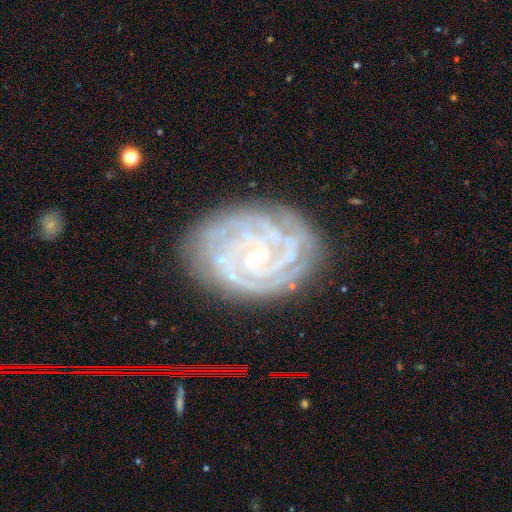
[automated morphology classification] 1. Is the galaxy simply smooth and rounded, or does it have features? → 87% featured or disk, 7% star or artifact, 6% smooth.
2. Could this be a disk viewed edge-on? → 97% no, 3% yes.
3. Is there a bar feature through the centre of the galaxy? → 64% no, 25% weak, 10% strong.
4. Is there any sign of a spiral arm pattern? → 98% yes, 2% no.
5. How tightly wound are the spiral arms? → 80% tight, 17% medium, 3% loose.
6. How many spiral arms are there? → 23% 4, 22% can't tell, 21% 3, 15% 2, 13% more than 4, 7% 1.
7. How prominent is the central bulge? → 83% small, 12% moderate, 2% none, 1% large, 1% dominant.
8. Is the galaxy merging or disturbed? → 77% none, 16% minor disturbance, 5% major disturbance, 2% merger.